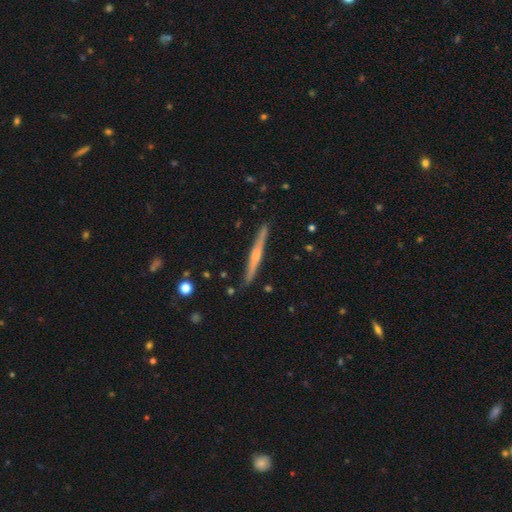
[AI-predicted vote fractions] The model was most divided on "edge-on bulge": rounded: 53%, none: 34%, boxy: 13%. More confident: edge-on disk — yes (98%); merging — none (91%); smooth or featured — featured or disk (63%).